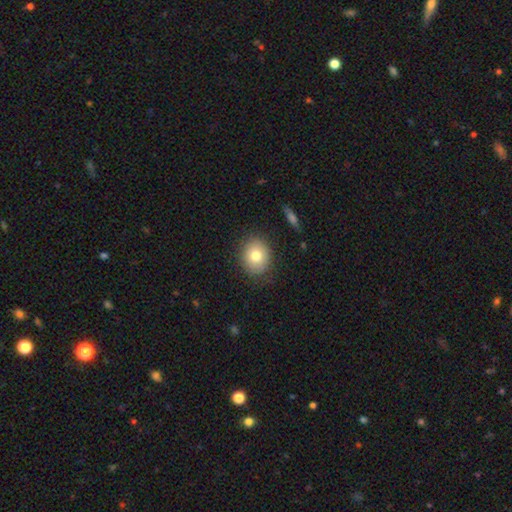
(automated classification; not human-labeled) Smooth or featured?
  - smooth: 77% *
  - featured or disk: 13%
  - star or artifact: 9%
How rounded?
  - round: 67% *
  - in between: 32%
  - cigar-shaped: 1%
Merging?
  - none: 84% *
  - minor disturbance: 12%
  - major disturbance: 3%
  - merger: 1%